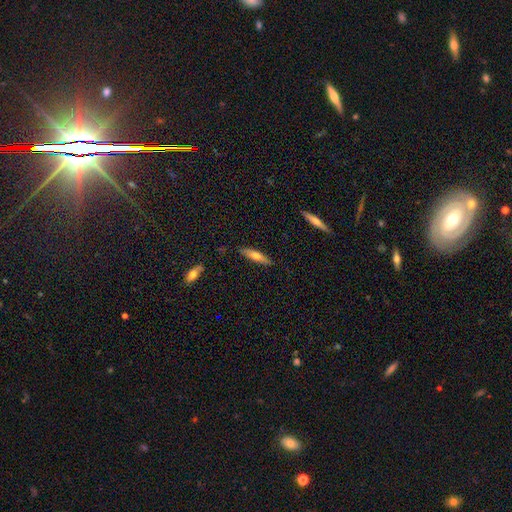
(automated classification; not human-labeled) Smooth or featured? smooth (54%)
How rounded? cigar-shaped (80%)
Merging? none (87%)